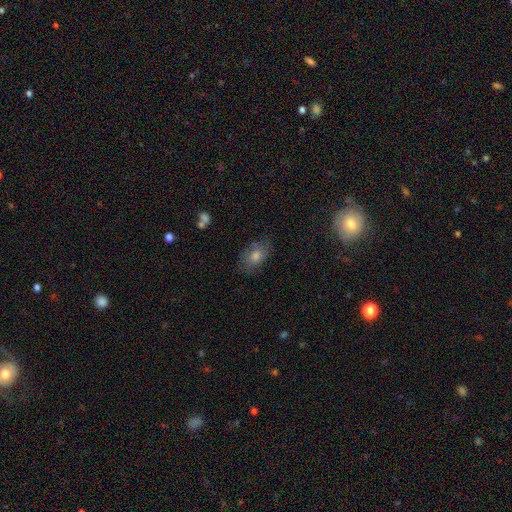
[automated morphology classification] Smooth or featured? Predicted: smooth (p=0.53). How rounded? Predicted: in between (p=0.79). Merging? Predicted: none (p=0.75).